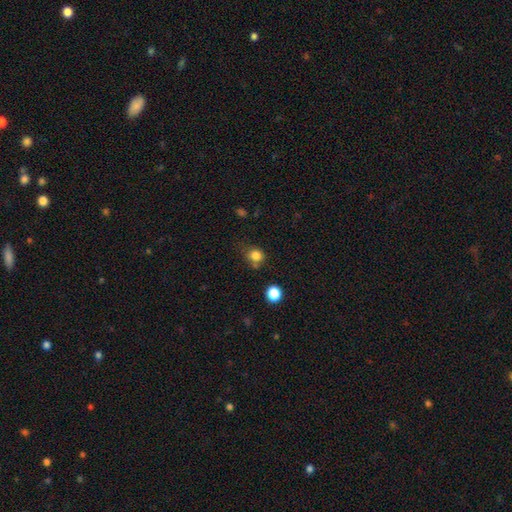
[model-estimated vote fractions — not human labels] This is clearly a smooth galaxy (81%). How rounded: likely round (77%). Merging: possibly none (59%).